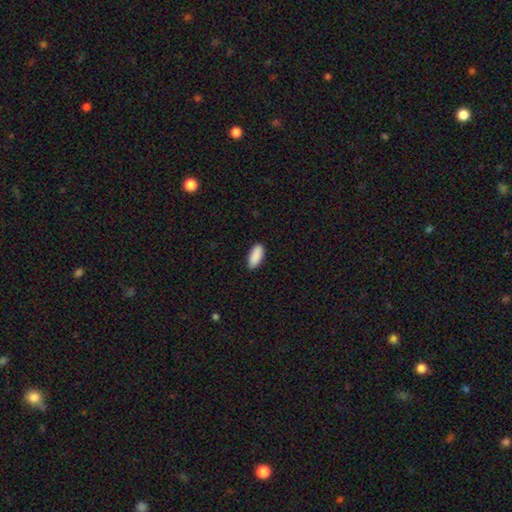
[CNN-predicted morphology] Smooth or featured?
  - smooth: 91% *
  - star or artifact: 6%
  - featured or disk: 3%
How rounded?
  - in between: 86% *
  - cigar-shaped: 12%
  - round: 2%
Merging?
  - none: 88% *
  - minor disturbance: 9%
  - major disturbance: 2%
  - merger: 1%